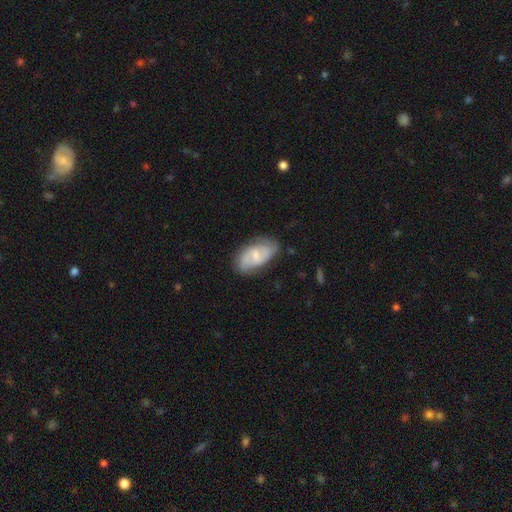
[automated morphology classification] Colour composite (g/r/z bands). It shows a featured or disk galaxy (60%) with a weak bar (52%), spiral arms (87%) and a small central bulge (54%). Merging: none (70%).